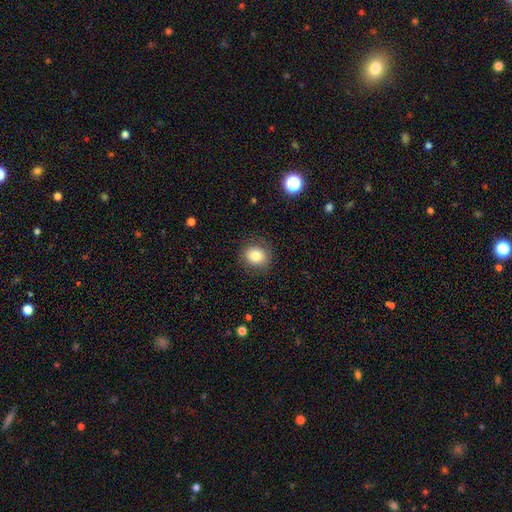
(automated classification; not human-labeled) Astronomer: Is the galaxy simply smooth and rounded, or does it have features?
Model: smooth — 81%.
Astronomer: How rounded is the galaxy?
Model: round — 69%.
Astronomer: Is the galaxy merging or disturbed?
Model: none — 85%.